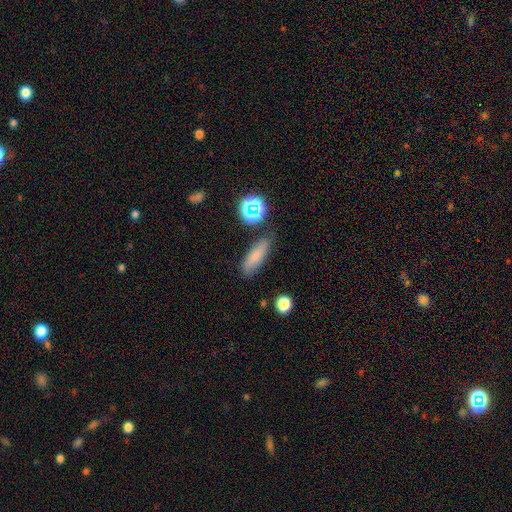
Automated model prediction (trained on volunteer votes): This appears to be a smooth galaxy with no disk features (72%) that is in between round and cigar-shaped (53%). Merging: none (77%).